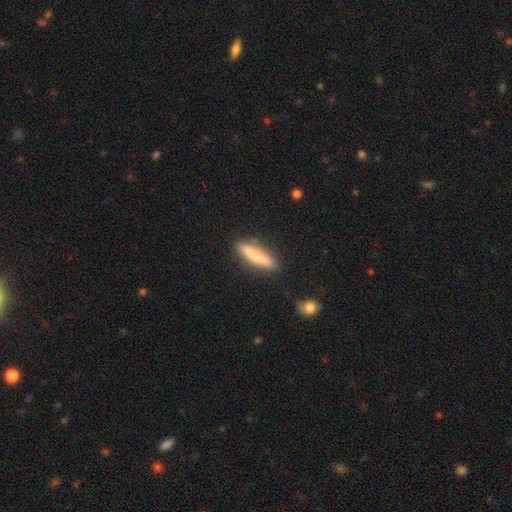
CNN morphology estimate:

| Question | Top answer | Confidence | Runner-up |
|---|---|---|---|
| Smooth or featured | smooth | 73% | featured or disk (21%) |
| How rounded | cigar-shaped | 83% | in between (16%) |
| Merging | none | 85% | minor disturbance (10%) |